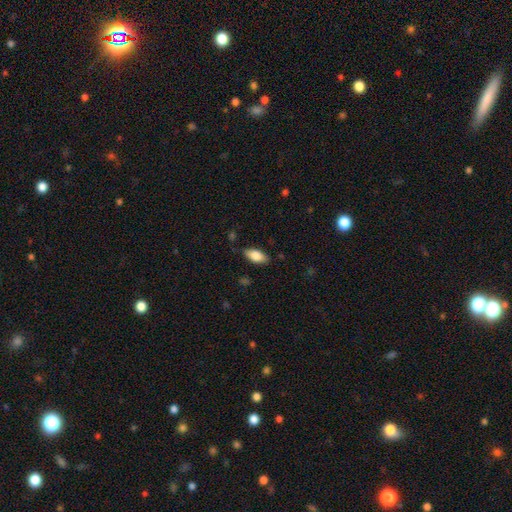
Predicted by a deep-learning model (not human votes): A smooth galaxy with no disk features (82%) that is in between round and cigar-shaped (89%).

Vote fractions:
- Smooth or featured? smooth: 82% / featured or disk: 12% / star or artifact: 7%
- How rounded? in between: 89% / cigar-shaped: 9% / round: 2%
- Merging? none: 82% / minor disturbance: 13% / major disturbance: 3% / merger: 2%